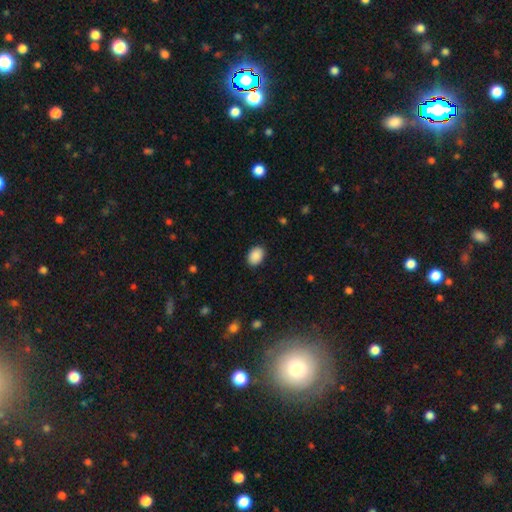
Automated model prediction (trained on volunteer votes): Overall: smooth (90%). How rounded: in between (79%). Merging: none (89%).